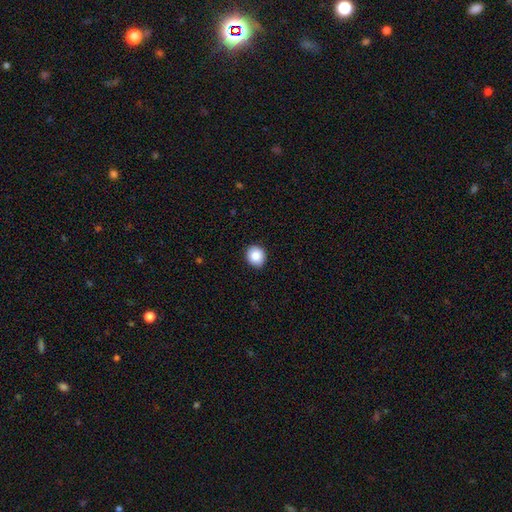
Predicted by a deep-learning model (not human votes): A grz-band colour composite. It shows a smooth galaxy with no disk features (87%) that is round (82%). Merging: none (91%).